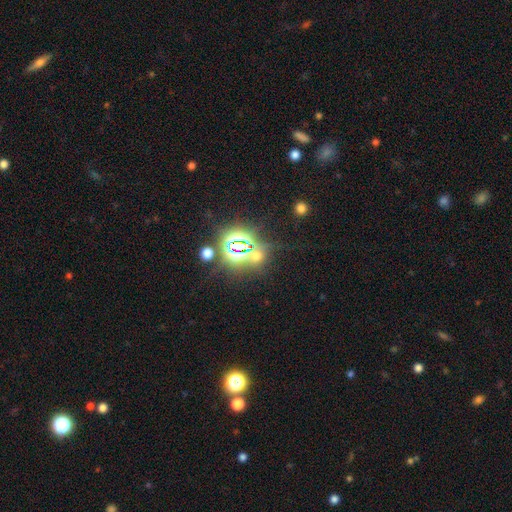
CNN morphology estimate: Smooth or featured? star or artifact (63%)